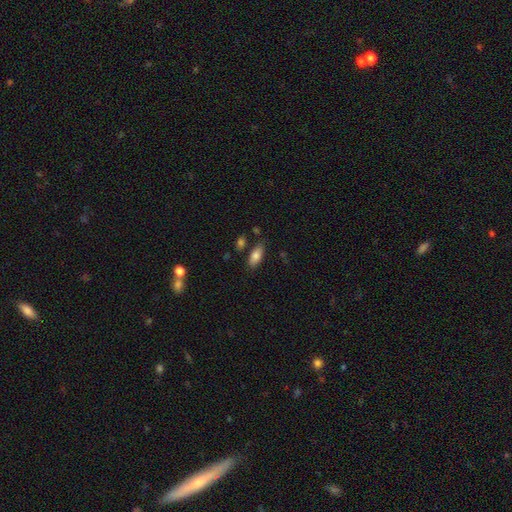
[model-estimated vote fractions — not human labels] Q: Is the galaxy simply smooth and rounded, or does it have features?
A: smooth — 80%.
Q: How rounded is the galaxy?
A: in between — 85%.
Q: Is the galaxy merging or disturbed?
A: none — 78%.